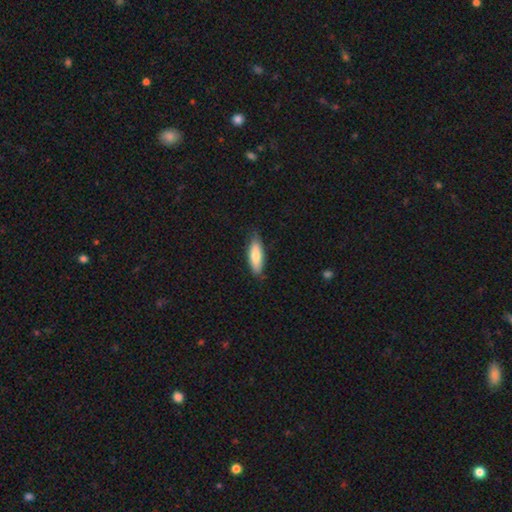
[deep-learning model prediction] Morphology: type=smooth (76%); roundness=in between (56%); merging=none (80%).